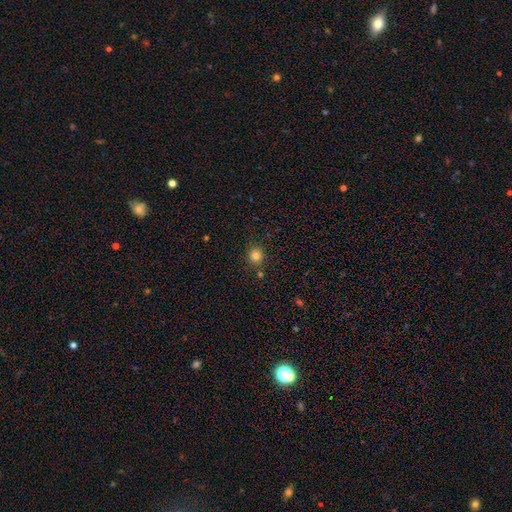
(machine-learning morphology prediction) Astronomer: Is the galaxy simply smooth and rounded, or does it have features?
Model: smooth — 82%.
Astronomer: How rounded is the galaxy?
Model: round — 89%.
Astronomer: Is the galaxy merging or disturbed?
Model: none — 84%.